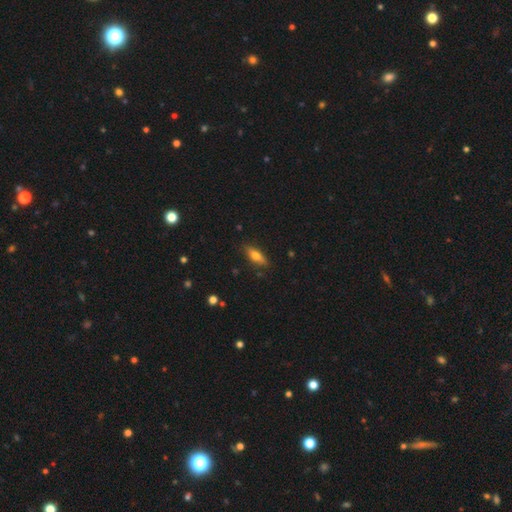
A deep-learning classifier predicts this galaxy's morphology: This appears to be a smooth galaxy with no disk features (64%) that is in between round and cigar-shaped (54%). Merging: none (85%).